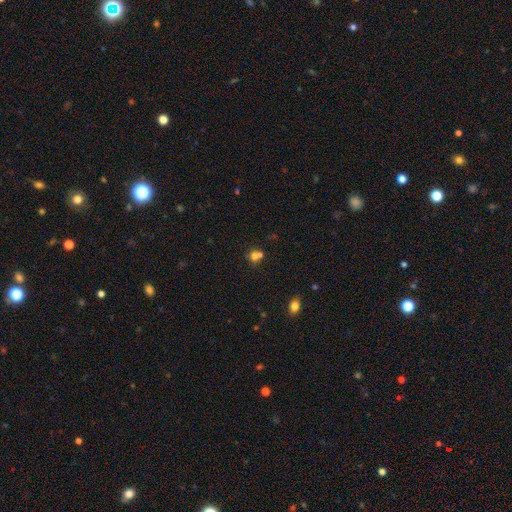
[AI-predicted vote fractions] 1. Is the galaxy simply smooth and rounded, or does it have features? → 66% smooth, 21% star or artifact, 13% featured or disk.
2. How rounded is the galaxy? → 81% round, 18% in between, 1% cigar-shaped.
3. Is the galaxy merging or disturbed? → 46% none, 43% merger, 7% minor disturbance, 3% major disturbance.